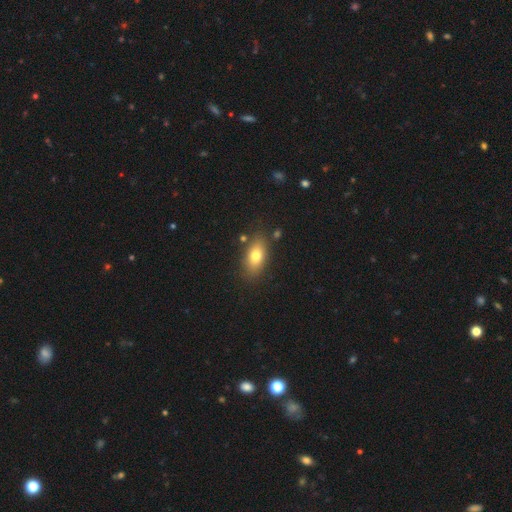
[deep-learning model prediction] Overall: smooth (76%). How rounded: in between (86%). Merging: none (81%).